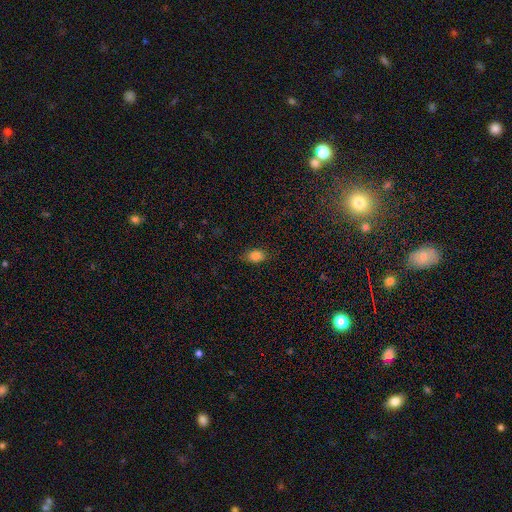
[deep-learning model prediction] Overall: smooth (84%). How rounded: in between (81%). Merging: none (82%).